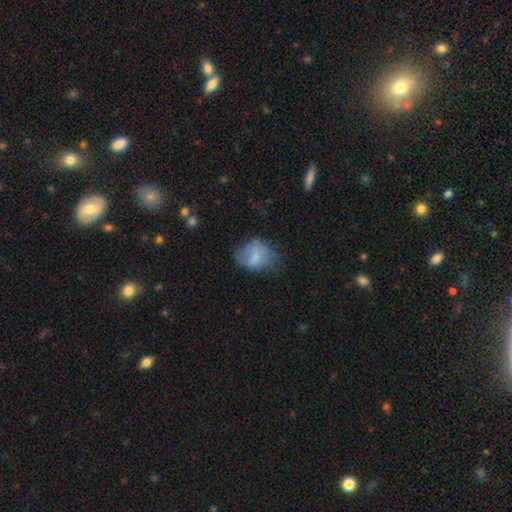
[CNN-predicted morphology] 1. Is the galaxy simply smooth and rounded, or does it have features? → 69% smooth, 22% featured or disk, 9% star or artifact.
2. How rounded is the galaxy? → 62% in between, 37% round, 1% cigar-shaped.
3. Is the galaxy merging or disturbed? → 43% none, 34% minor disturbance, 21% major disturbance, 2% merger.